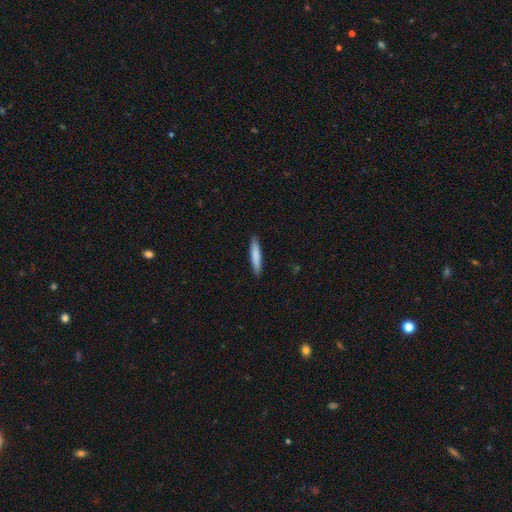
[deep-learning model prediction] smooth-or-featured: smooth: 82% | featured or disk: 13% | star or artifact: 5%
  how-rounded: cigar-shaped: 90% | in between: 9% | round: 1%
  merging: none: 90% | minor disturbance: 7% | major disturbance: 1% | merger: 1%